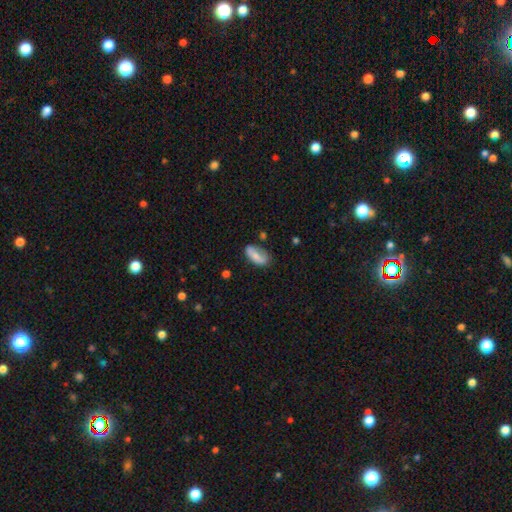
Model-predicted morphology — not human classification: Smooth or featured: smooth — 69% (featured or disk — 24%)
How rounded: in between — 89% (cigar-shaped — 8%)
Merging: none — 60% (minor disturbance — 27%)